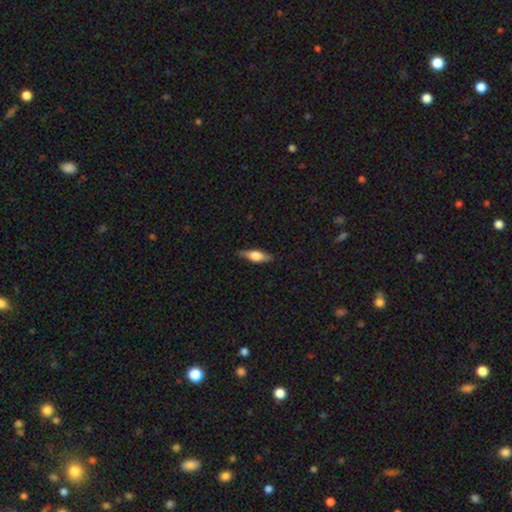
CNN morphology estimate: Smooth or featured? featured or disk (49%)
Merging? none (86%)